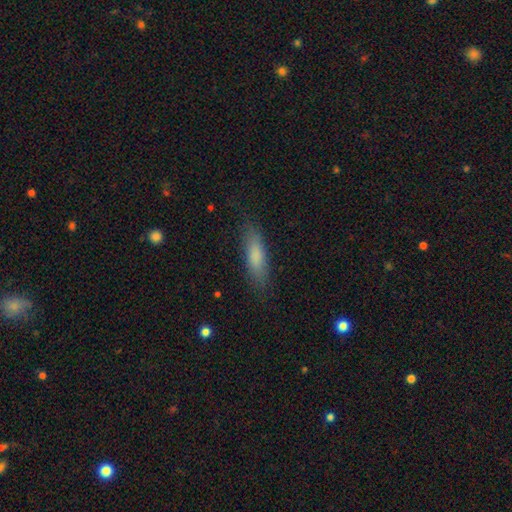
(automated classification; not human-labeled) This is likely a smooth galaxy (80%). How rounded: likely cigar-shaped (61%). Merging: clearly none (82%).